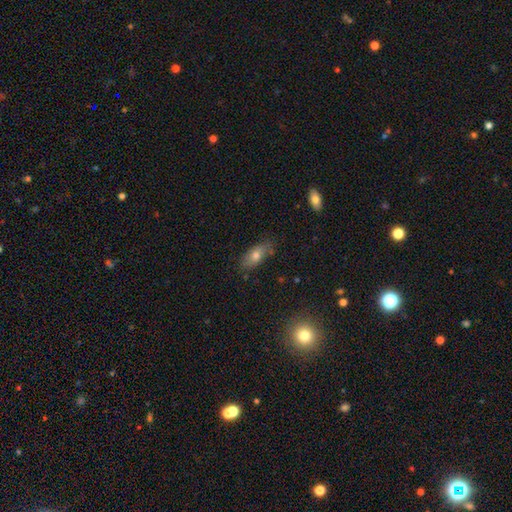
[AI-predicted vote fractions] Smooth or featured? smooth (63%)
How rounded? in between (78%)
Merging? none (75%)